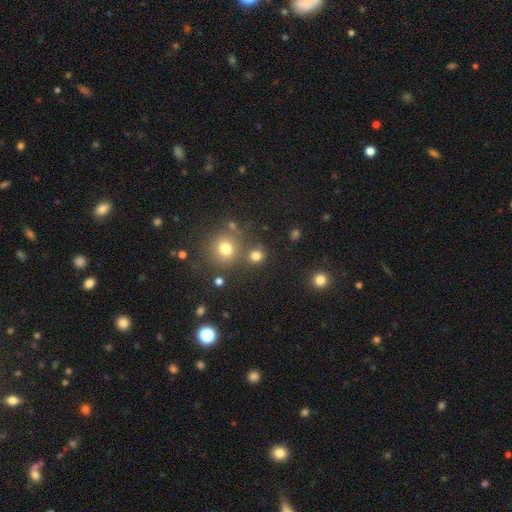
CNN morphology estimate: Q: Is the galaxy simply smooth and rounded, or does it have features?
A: smooth — 77%.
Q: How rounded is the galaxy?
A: round — 86%.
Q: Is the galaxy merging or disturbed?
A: none — 74%.